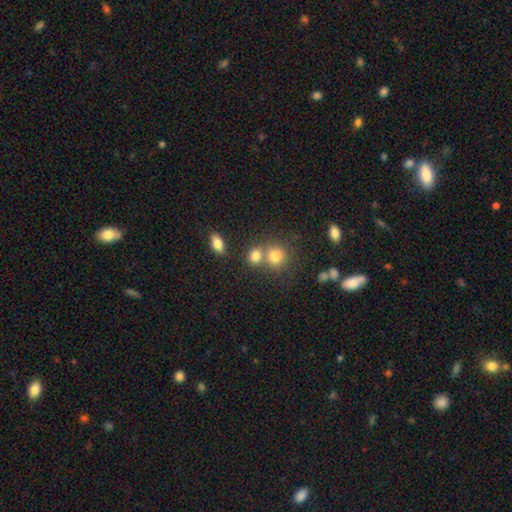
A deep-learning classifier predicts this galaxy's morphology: This is likely a smooth galaxy (79%). How rounded: likely round (75%). Merging: possibly none (48%).